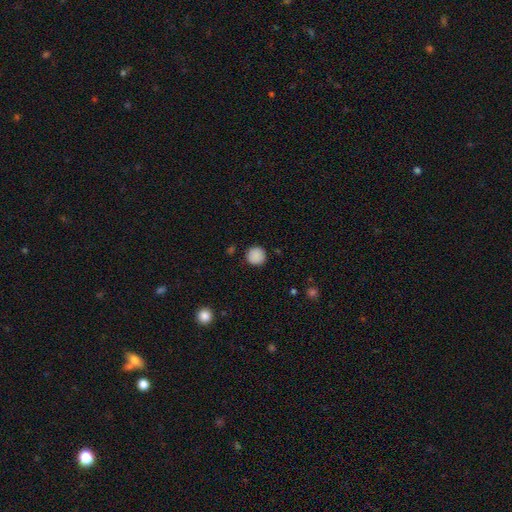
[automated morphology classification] Smooth or featured? smooth (88%)
How rounded? round (94%)
Merging? none (88%)